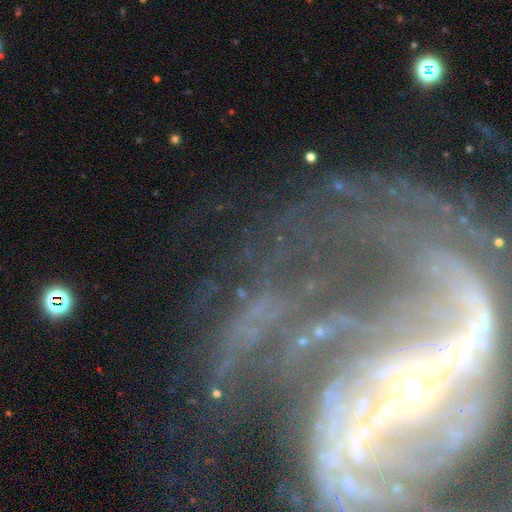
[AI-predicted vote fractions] featured or disk 84%, star or artifact 10%, smooth 6%. Down the decision tree: edge-on disk — no (95%); bar — strong (50%); spiral arms — yes (88%); spiral arm count — 2 (48%); spiral winding — medium (37%); bulge size — small (72%); merging — none (52%).